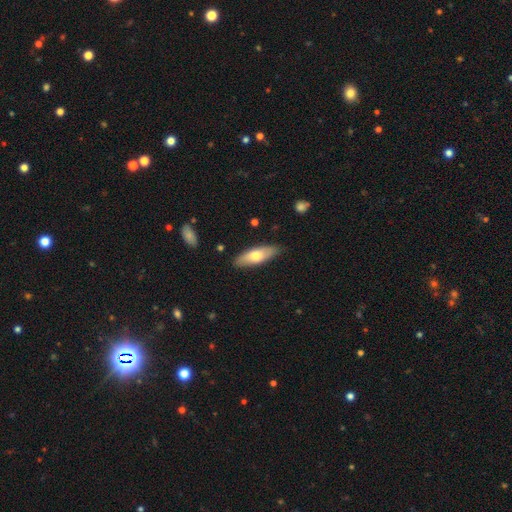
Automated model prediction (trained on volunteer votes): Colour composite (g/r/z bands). It shows a smooth galaxy with no disk features (65%) that is in between round and cigar-shaped (62%). Merging: none (85%).